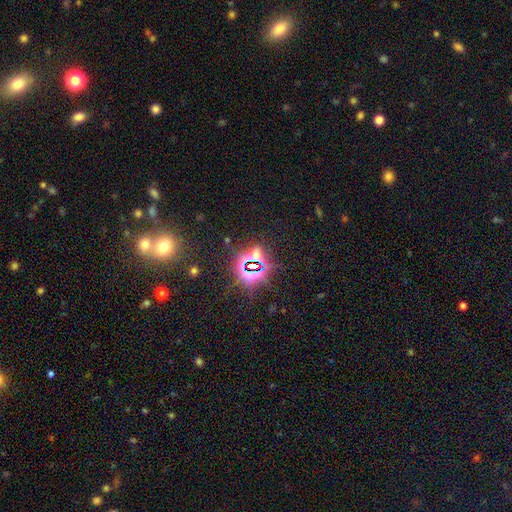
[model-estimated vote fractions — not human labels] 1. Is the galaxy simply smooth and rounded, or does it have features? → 77% star or artifact, 14% smooth, 9% featured or disk.